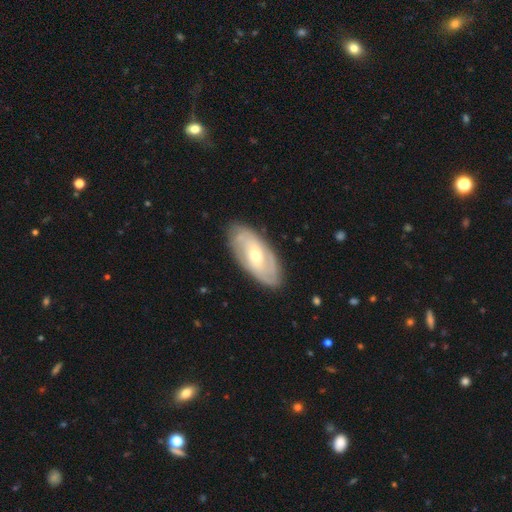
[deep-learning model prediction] The model was most divided on "bar": no: 49%, weak: 38%, strong: 13%. More confident: edge-on disk — no (89%); merging — none (83%); spiral arms — yes (78%); smooth or featured — featured or disk (68%); bulge size — moderate (54%).